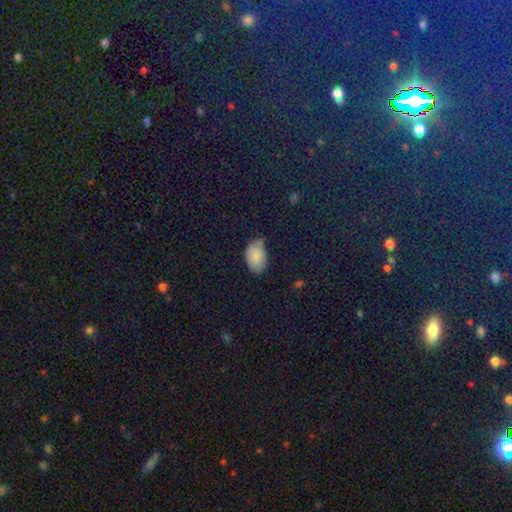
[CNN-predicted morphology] Smooth or featured?
  - smooth: 81% *
  - star or artifact: 10%
  - featured or disk: 9%
How rounded?
  - in between: 87% *
  - round: 12%
  - cigar-shaped: 1%
Merging?
  - none: 55% *
  - minor disturbance: 33%
  - major disturbance: 7%
  - merger: 5%